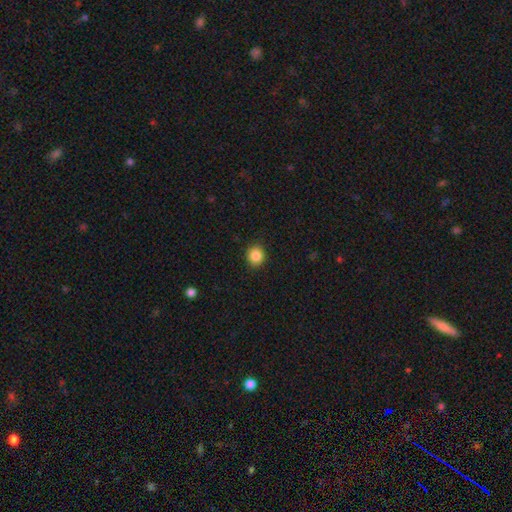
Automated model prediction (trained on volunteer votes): This is clearly a smooth galaxy (86%). How rounded: clearly round (81%). Merging: clearly none (90%).